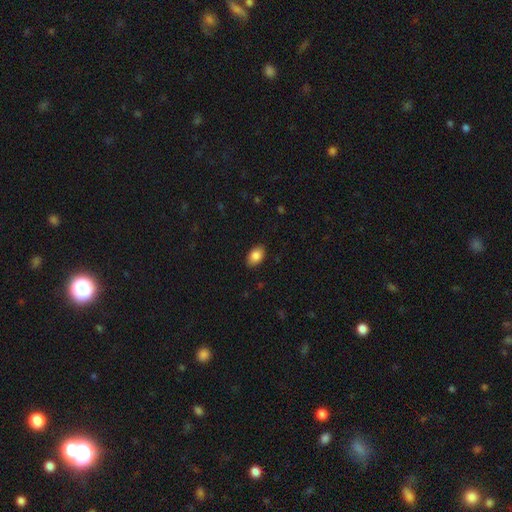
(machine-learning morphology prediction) This appears to be a smooth galaxy with no disk features (86%) that is in between round and cigar-shaped (88%). Merging: none (88%).